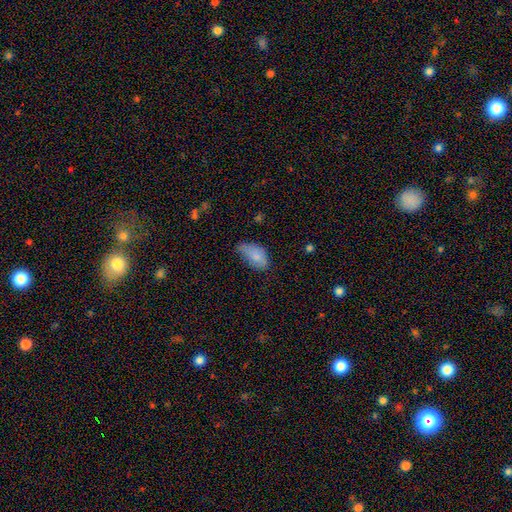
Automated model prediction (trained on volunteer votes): This appears to be a smooth galaxy with no disk features (80%) that is in between round and cigar-shaped (93%). Merging: minor disturbance (45%).